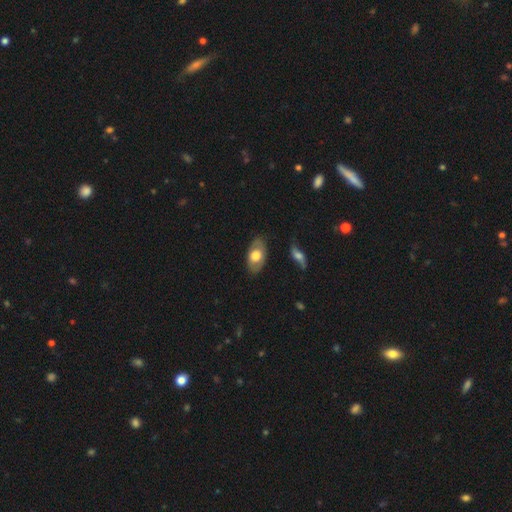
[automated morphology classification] type=smooth (60%); roundness=in between (92%); merging=none (82%).